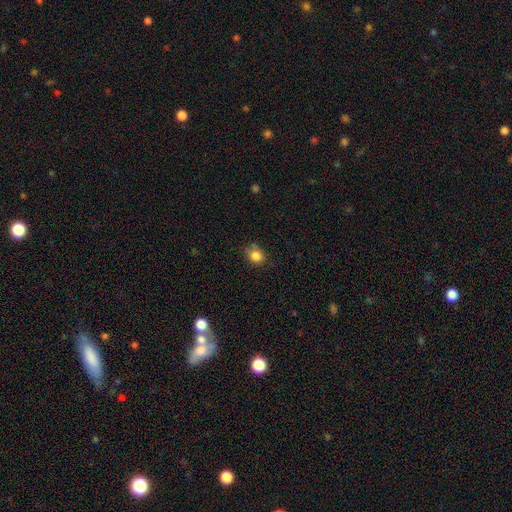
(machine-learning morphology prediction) type=smooth (84%); roundness=round (75%); merging=none (66%).